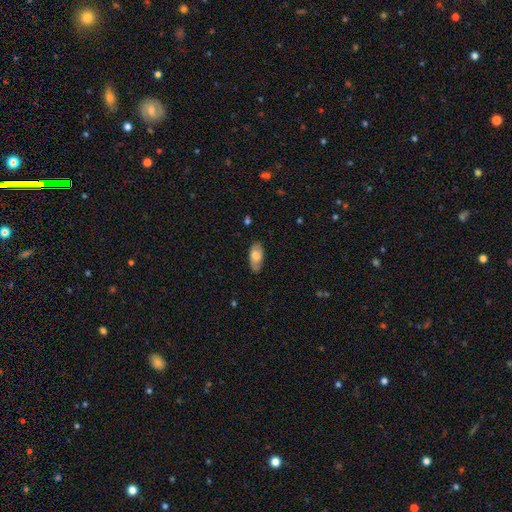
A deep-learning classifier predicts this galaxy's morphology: A smooth galaxy with no disk features (70%) that is in between round and cigar-shaped (90%).

Vote fractions:
- Smooth or featured? smooth: 70% / featured or disk: 24% / star or artifact: 6%
- How rounded? in between: 90% / cigar-shaped: 8% / round: 3%
- Merging? none: 76% / minor disturbance: 19% / major disturbance: 4% / merger: 1%